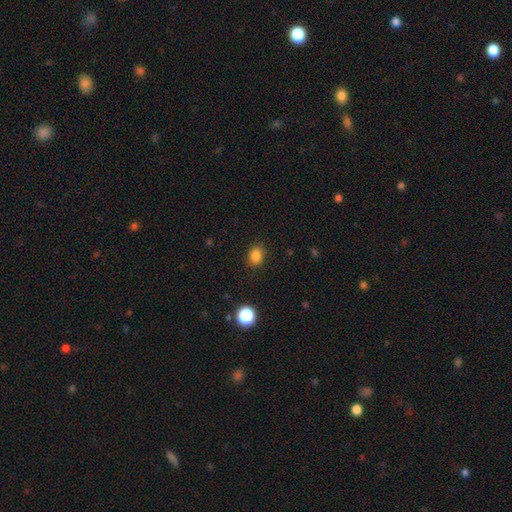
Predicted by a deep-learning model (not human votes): Morphology: type=smooth (83%); roundness=in between (56%); merging=none (86%).